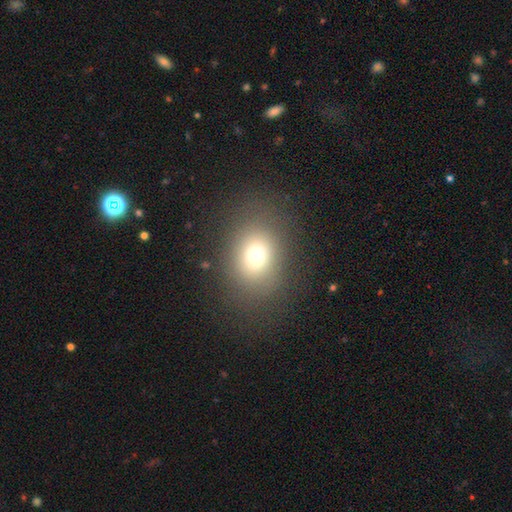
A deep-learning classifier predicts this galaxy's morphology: smooth 71%, star or artifact 16%, featured or disk 13%. Down the decision tree: how rounded — in between (54%); merging — none (81%).